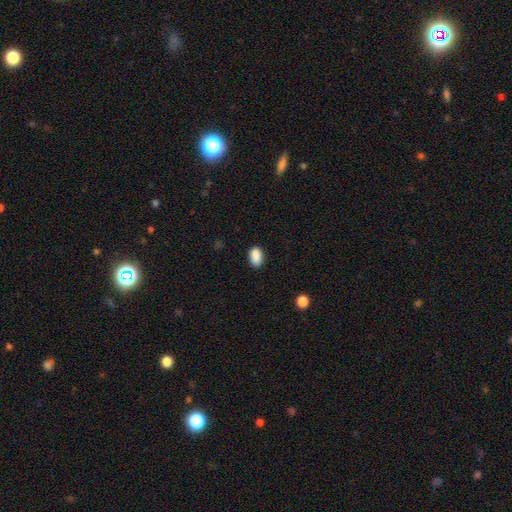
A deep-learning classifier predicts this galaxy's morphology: smooth_or_featured: smooth (p=0.89) [alt: star or artifact p=0.08]
how_rounded: in between (p=0.89) [alt: round p=0.09]
merging: none (p=0.85) [alt: minor disturbance p=0.11]